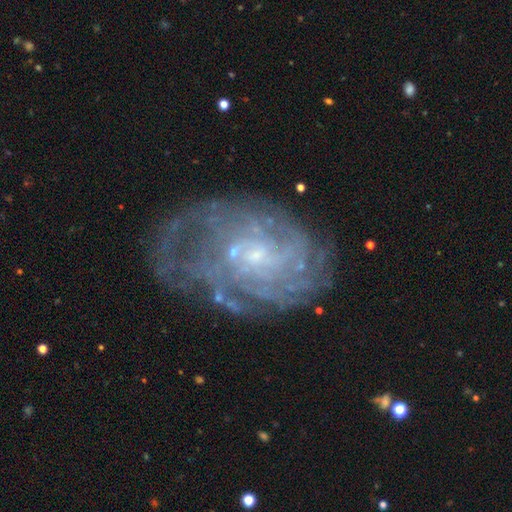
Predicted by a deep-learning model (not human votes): featured or disk 81%, smooth 11%, star or artifact 9%. Down the decision tree: edge-on disk — no (97%); bar — no (67%); spiral arms — yes (86%); spiral arm count — can't tell (47%); spiral winding — tight (62%); bulge size — small (72%); merging — none (64%).